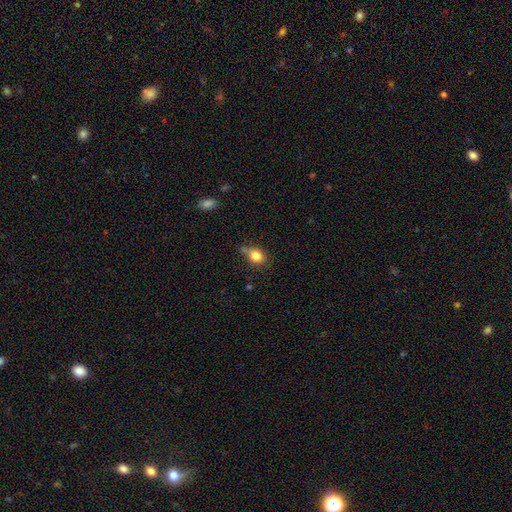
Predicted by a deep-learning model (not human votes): smooth-or-featured: smooth: 81% | star or artifact: 10% | featured or disk: 9%
  how-rounded: round: 49% (tied) | in between: 49% (tied) | cigar-shaped: 2%
  merging: none: 44% | minor disturbance: 35% | major disturbance: 13% | merger: 8%